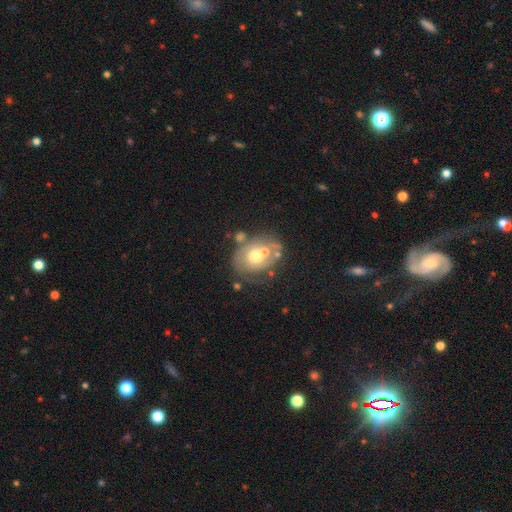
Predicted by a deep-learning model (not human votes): Smooth or featured? Predicted: featured or disk (p=0.62). Edge-on disk? Predicted: no (p=0.97). Bar? Predicted: no (p=0.85). Spiral arms? Predicted: yes (p=0.55). Bulge size? Predicted: moderate (p=0.69). Merging? Predicted: none (p=0.45).